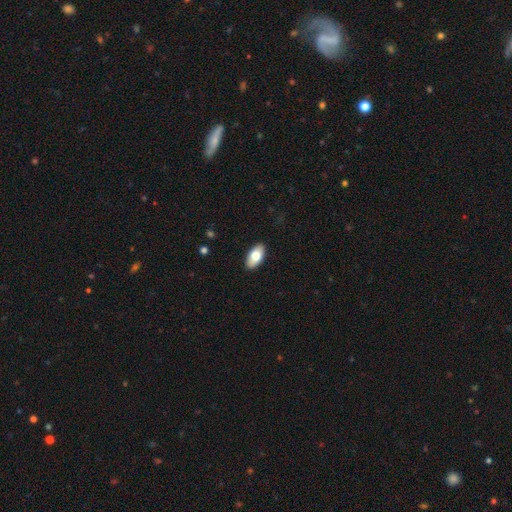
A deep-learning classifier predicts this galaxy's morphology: Smooth or featured?
  - smooth: 74% *
  - featured or disk: 20%
  - star or artifact: 6%
How rounded?
  - in between: 93% *
  - cigar-shaped: 4%
  - round: 3%
Merging?
  - none: 90% *
  - minor disturbance: 8%
  - major disturbance: 2%
  - merger: 1%